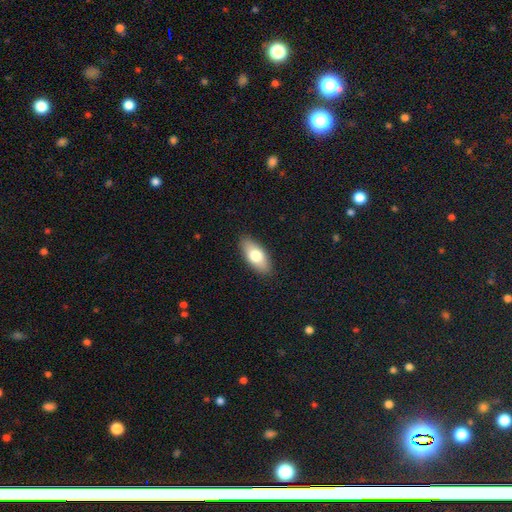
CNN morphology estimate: This appears to be a smooth galaxy with no disk features (74%) that is in between round and cigar-shaped (87%). Merging: none (88%).